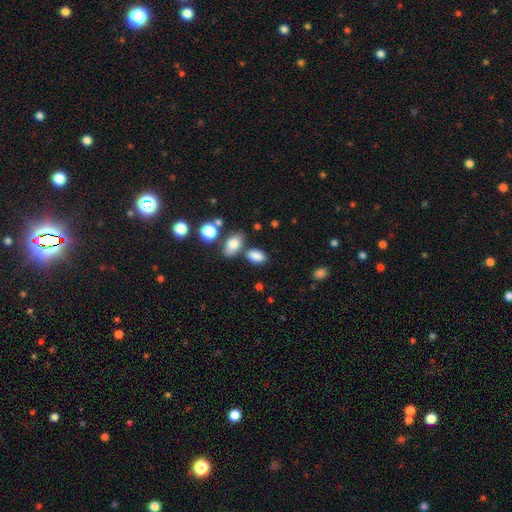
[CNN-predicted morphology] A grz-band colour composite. It shows a smooth galaxy with no disk features (84%) that is in between round and cigar-shaped (87%). Merging: none (65%).